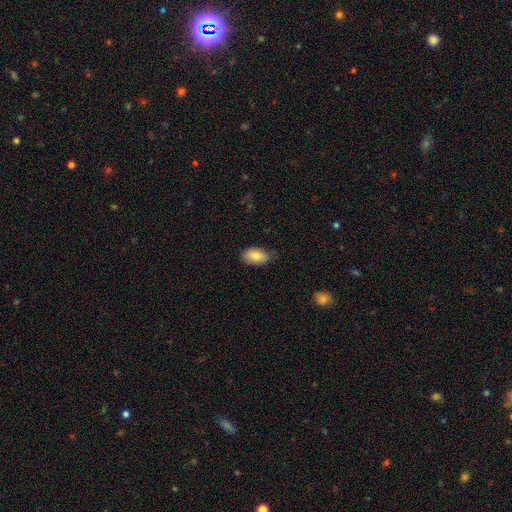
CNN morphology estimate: The model was most divided on "merging": none: 76%, minor disturbance: 20%, major disturbance: 3%, merger: 1%. More confident: how rounded — in between (93%); smooth or featured — smooth (81%).